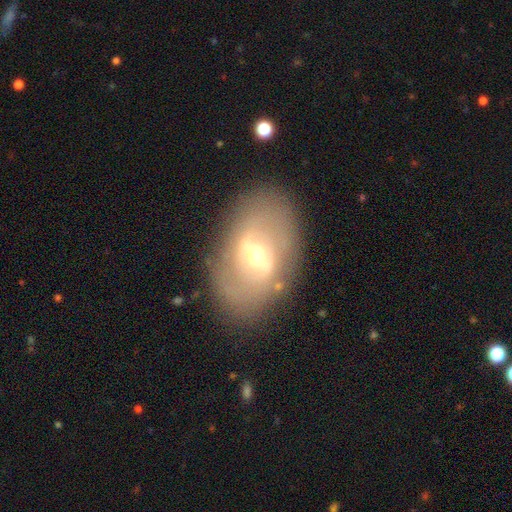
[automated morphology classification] This is likely a featured or disk galaxy (71%). It is clearly not viewed edge-on (93%). Bar: possibly weak (50%). Spiral arm pattern: likely yes (63%). Central bulge: possibly moderate (50%). Merging: likely none (80%).